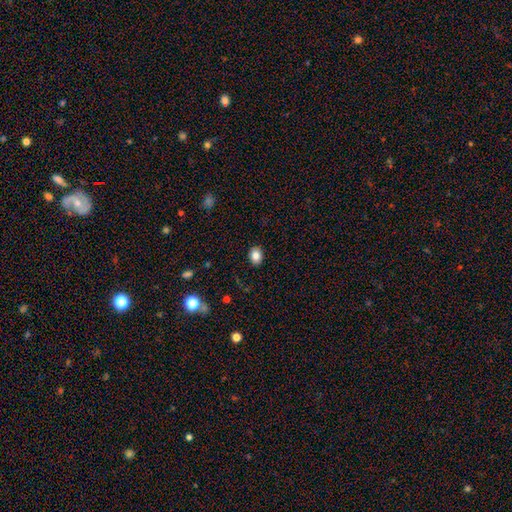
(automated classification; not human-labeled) This appears to be a smooth galaxy with no disk features (83%) that is in between round and cigar-shaped (59%). Merging: none (90%).